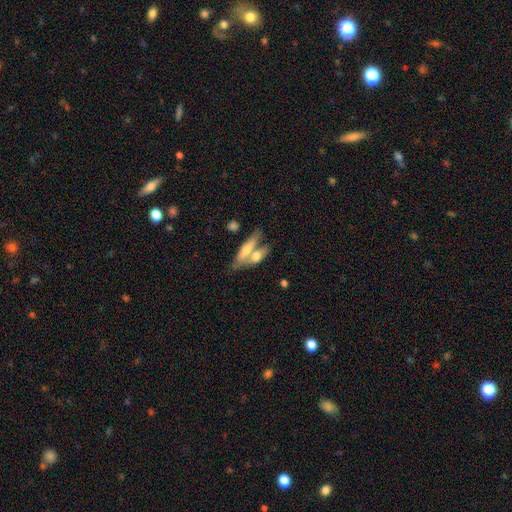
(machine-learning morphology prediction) smooth 59%, featured or disk 35%, star or artifact 6%. Down the decision tree: how rounded — in between (49%); merging — merger (49%).